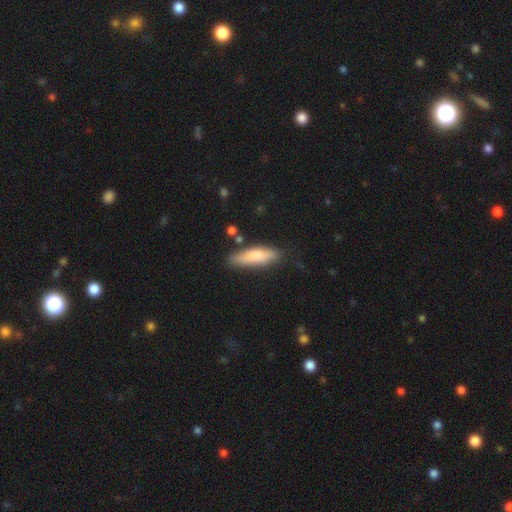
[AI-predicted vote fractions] Q: Smooth or featured?
A: smooth (79%); runner-up: featured or disk (15%)
Q: How rounded?
A: cigar-shaped (58%); runner-up: in between (40%)
Q: Merging?
A: none (76%); runner-up: minor disturbance (17%)